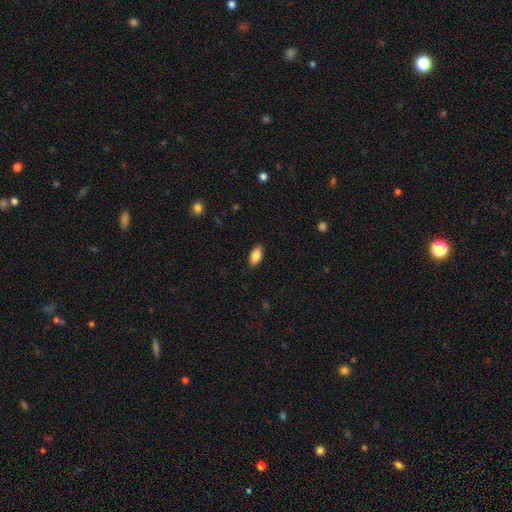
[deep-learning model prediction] Smooth or featured? Predicted: smooth (p=0.85). How rounded? Predicted: in between (p=0.92). Merging? Predicted: none (p=0.88).